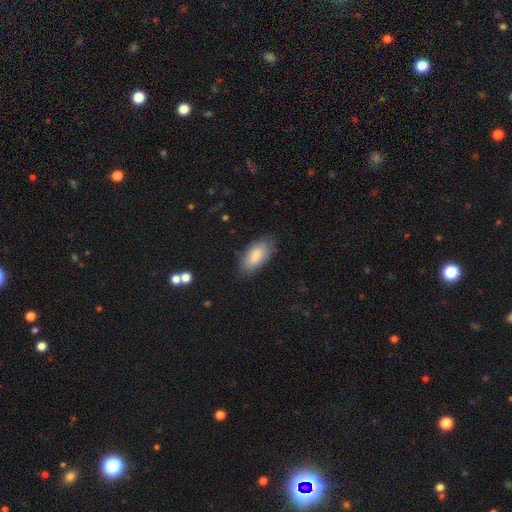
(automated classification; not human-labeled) smooth 85%, featured or disk 8%, star or artifact 6%. Down the decision tree: how rounded — in between (90%); merging — none (80%).